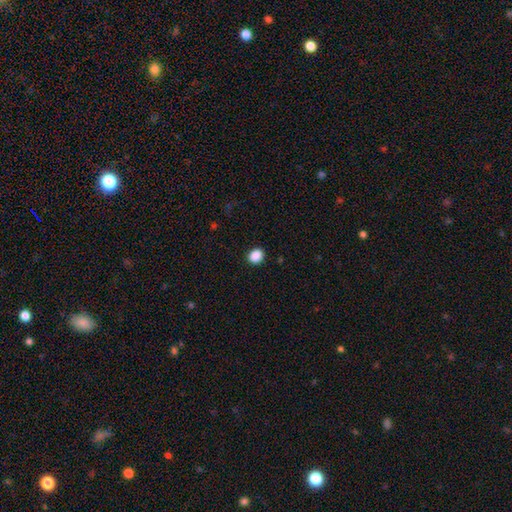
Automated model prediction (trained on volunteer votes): smooth_or_featured: smooth (p=0.89) [alt: star or artifact p=0.09]
how_rounded: round (p=0.62) [alt: in between p=0.37]
merging: none (p=0.91) [alt: minor disturbance p=0.06]